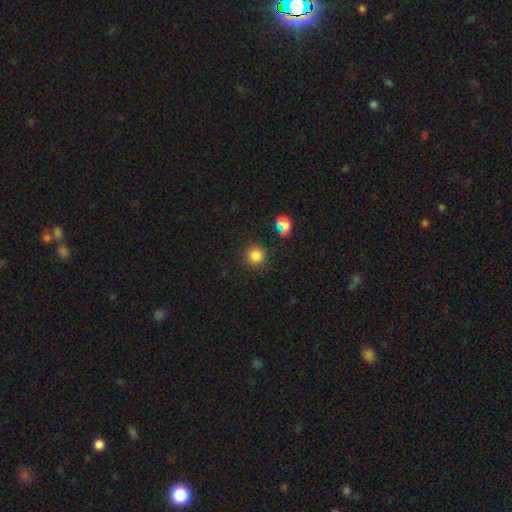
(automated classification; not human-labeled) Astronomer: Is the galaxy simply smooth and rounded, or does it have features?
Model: smooth — 81%.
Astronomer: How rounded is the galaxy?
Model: round — 94%.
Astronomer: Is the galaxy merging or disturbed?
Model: none — 89%.